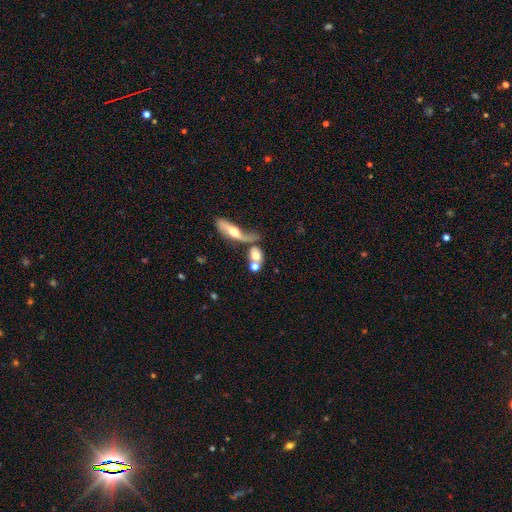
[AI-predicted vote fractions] Smooth or featured? smooth (61%)
How rounded? round (45%)
Merging? merger (49%)